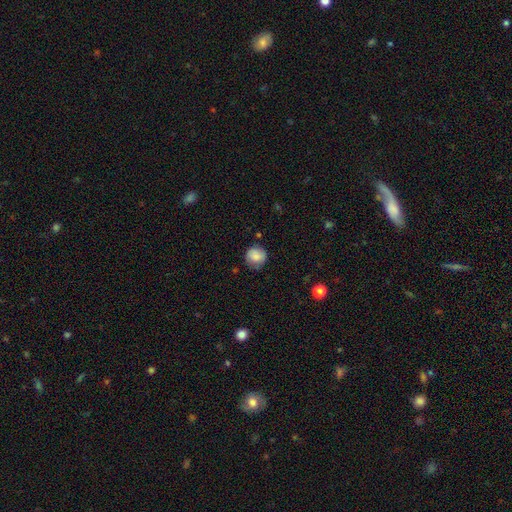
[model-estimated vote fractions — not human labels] The model was most divided on "merging": none: 74%, minor disturbance: 20%, major disturbance: 5%, merger: 2%. More confident: how rounded — round (89%); smooth or featured — smooth (80%).